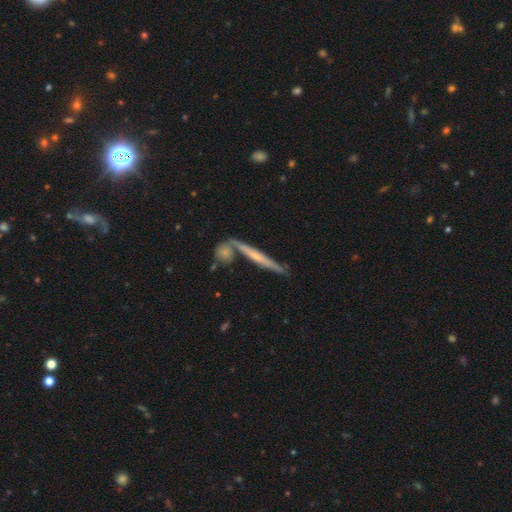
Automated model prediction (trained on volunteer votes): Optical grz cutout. It shows a featured or disk galaxy (65%) viewed edge-on (95%) with a rounded central bulge (49%). Merging: none (72%).